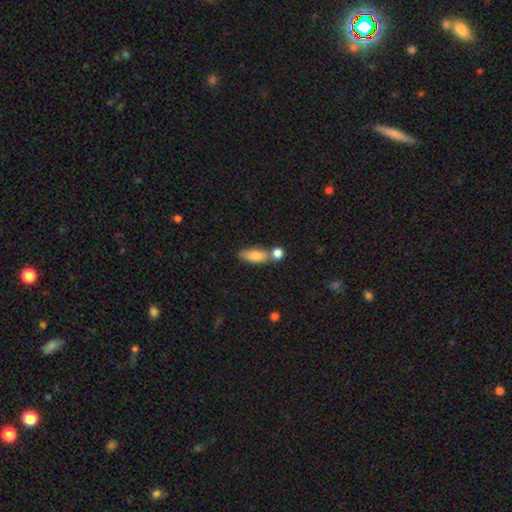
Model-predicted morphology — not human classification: Smooth or featured? smooth (82%)
How rounded? in between (76%)
Merging? none (49%)